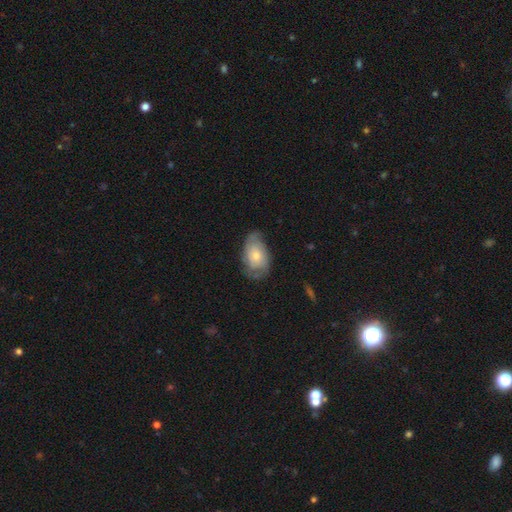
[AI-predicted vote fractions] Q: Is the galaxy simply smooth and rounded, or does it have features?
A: featured or disk — 55%.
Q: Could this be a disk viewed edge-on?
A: no — 94%.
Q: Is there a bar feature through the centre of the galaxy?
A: no — 81%.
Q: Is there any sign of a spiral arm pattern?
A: yes — 76%.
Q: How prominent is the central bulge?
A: small — 51%.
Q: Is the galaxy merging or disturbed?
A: none — 64%.